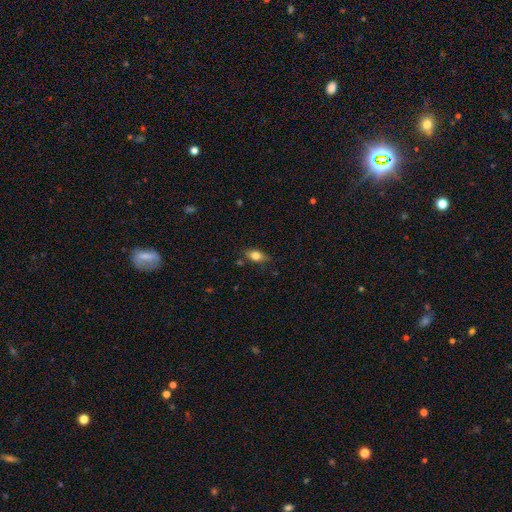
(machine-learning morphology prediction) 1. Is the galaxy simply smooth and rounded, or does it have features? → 79% smooth, 13% featured or disk, 9% star or artifact.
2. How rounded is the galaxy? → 83% in between, 9% round, 7% cigar-shaped.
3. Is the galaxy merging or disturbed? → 75% none, 19% minor disturbance, 4% major disturbance, 3% merger.